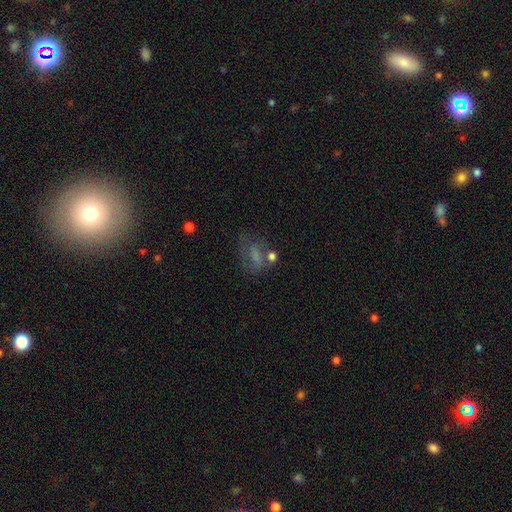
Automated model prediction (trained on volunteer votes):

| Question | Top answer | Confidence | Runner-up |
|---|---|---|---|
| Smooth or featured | smooth | 48% | featured or disk (33%) |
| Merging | none | 45% | major disturbance (22%) |